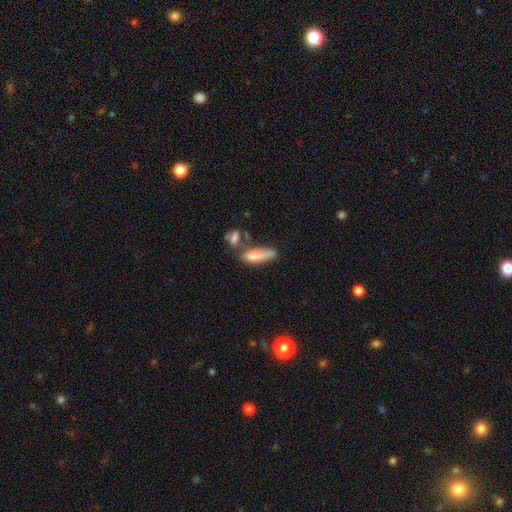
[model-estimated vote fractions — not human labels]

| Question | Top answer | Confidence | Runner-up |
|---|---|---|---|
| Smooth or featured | smooth | 73% | featured or disk (19%) |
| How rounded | in between | 49% | cigar-shaped (48%) |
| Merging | merger | 37% | none (29%) |